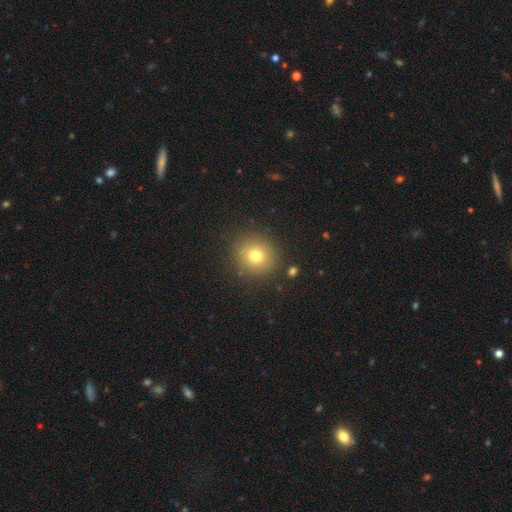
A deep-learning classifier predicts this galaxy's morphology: type=smooth (74%); roundness=round (86%); merging=none (87%).